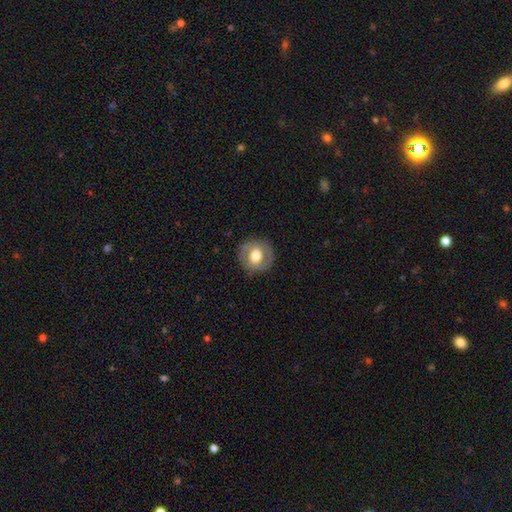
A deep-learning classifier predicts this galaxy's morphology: Smooth or featured?
  - smooth: 55% *
  - featured or disk: 38%
  - star or artifact: 7%
How rounded?
  - round: 87% *
  - in between: 12%
  - cigar-shaped: 1%
Merging?
  - none: 84% *
  - minor disturbance: 11%
  - major disturbance: 4%
  - merger: 1%